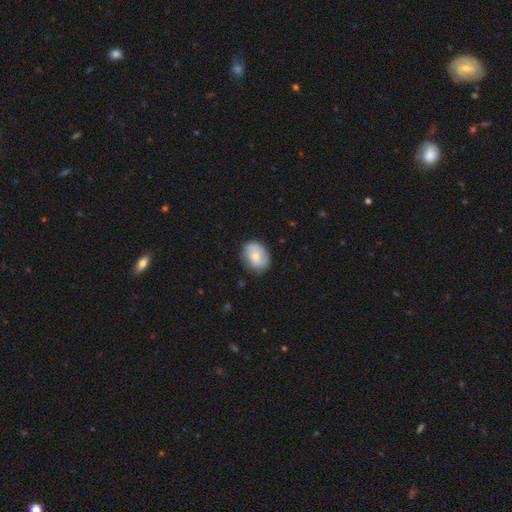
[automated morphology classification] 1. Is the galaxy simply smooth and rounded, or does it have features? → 66% smooth, 27% featured or disk, 7% star or artifact.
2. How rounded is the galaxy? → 61% in between, 38% round, 1% cigar-shaped.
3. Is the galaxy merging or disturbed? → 76% none, 18% minor disturbance, 4% major disturbance, 1% merger.